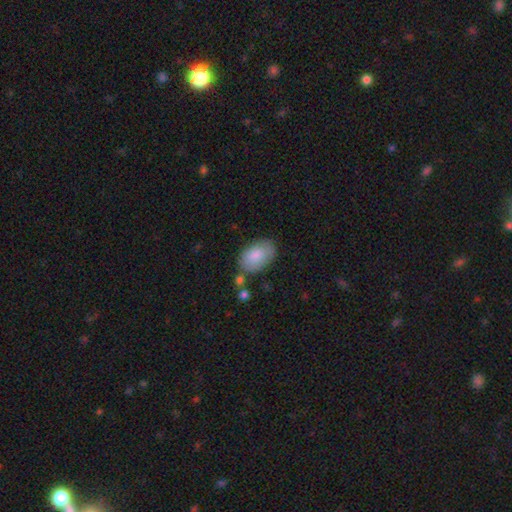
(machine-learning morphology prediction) Smooth or featured? Predicted: smooth (p=0.83). How rounded? Predicted: in between (p=0.92). Merging? Predicted: none (p=0.71).